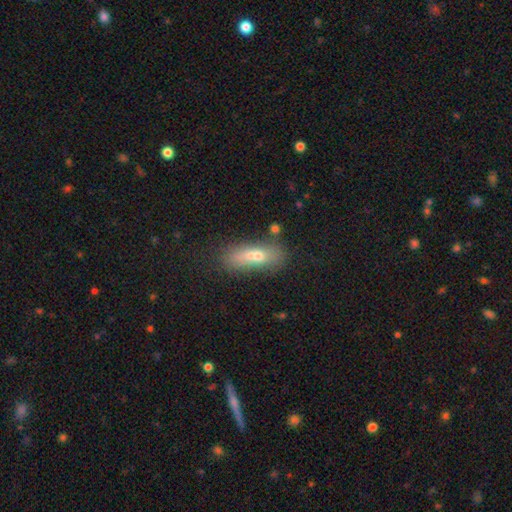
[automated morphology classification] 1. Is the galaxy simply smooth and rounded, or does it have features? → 62% smooth, 27% featured or disk, 11% star or artifact.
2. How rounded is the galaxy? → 58% in between, 35% cigar-shaped, 7% round.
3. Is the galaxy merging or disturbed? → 45% none, 28% merger, 18% minor disturbance, 10% major disturbance.